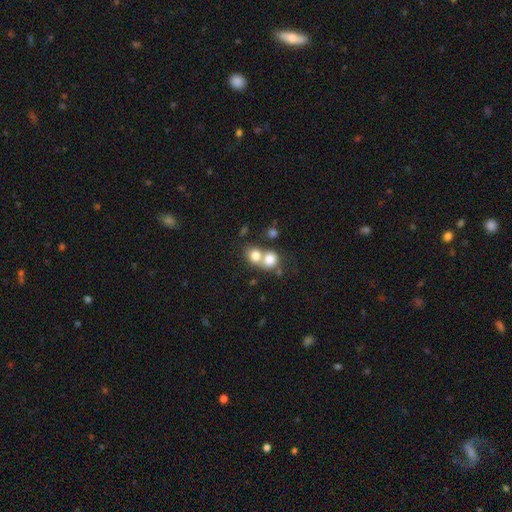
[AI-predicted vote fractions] Smooth or featured? smooth (76%)
How rounded? round (69%)
Merging? merger (66%)